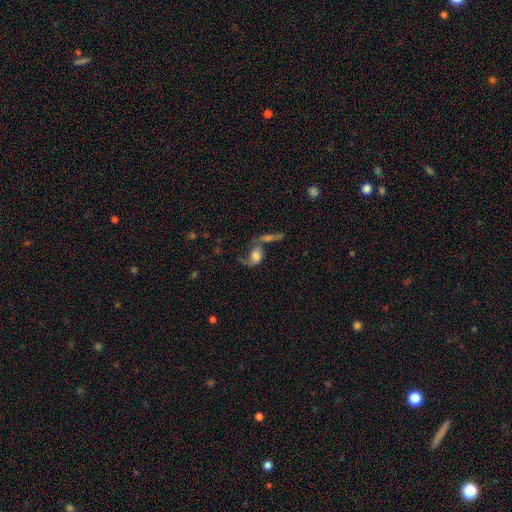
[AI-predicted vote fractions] The model was most divided on "smooth or featured": featured or disk: 46%, smooth: 43%, star or artifact: 11%. Remaining: merging — merger (49%).